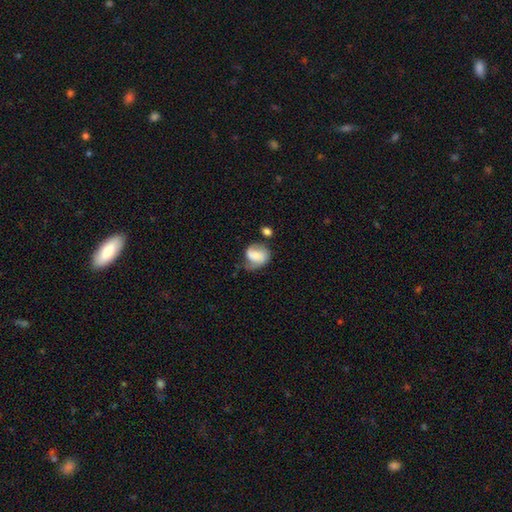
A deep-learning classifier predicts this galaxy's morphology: This appears to be a smooth galaxy with no disk features (50%). Merging: none (39%).